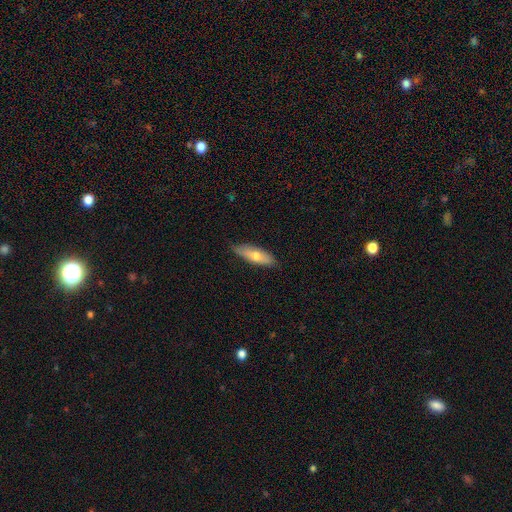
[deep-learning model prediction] A smooth galaxy with no disk features (64%) that is in between round and cigar-shaped (51%).

Vote fractions:
- Smooth or featured? smooth: 64% / featured or disk: 30% / star or artifact: 6%
- How rounded? in between: 51% / cigar-shaped: 47% / round: 2%
- Merging? none: 80% / minor disturbance: 16% / major disturbance: 2% / merger: 1%